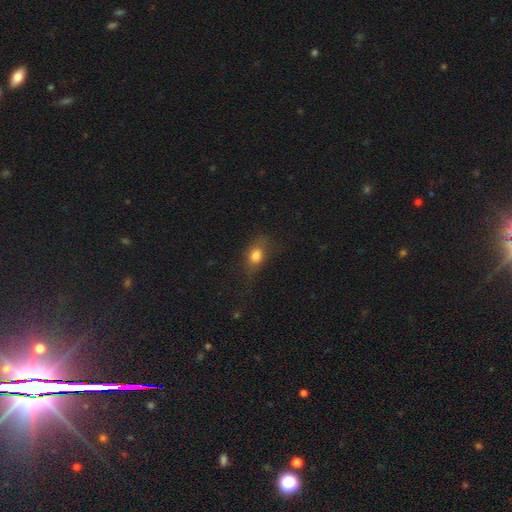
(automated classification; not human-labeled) This appears to be a smooth galaxy with no disk features (77%) that is in between round and cigar-shaped (69%). Merging: none (61%).